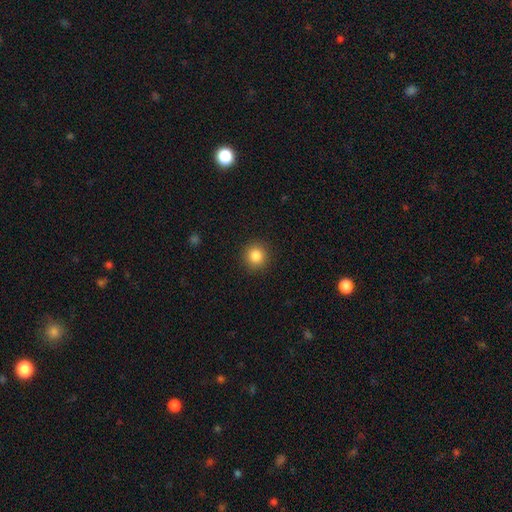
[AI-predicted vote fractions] Smooth or featured? Predicted: smooth (p=0.85). How rounded? Predicted: round (p=0.92). Merging? Predicted: none (p=0.91).